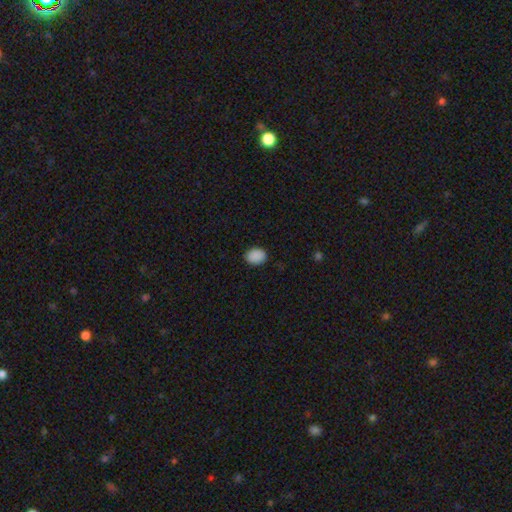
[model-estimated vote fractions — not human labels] Smooth or featured: smooth — 89% (star or artifact — 8%)
How rounded: in between — 62% (round — 37%)
Merging: none — 88% (minor disturbance — 9%)